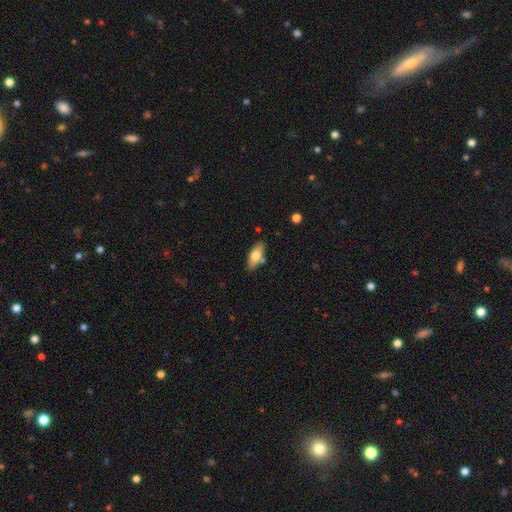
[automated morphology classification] This appears to be a smooth galaxy with no disk features (67%) that is in between round and cigar-shaped (76%). Merging: none (78%).